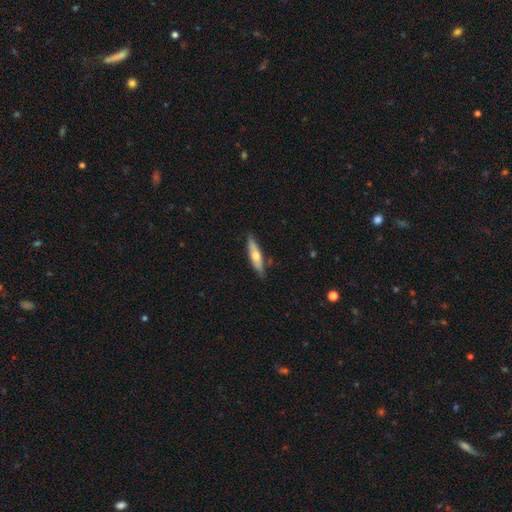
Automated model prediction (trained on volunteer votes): This is possibly a smooth galaxy (53%). How rounded: likely cigar-shaped (71%). Merging: clearly none (83%).